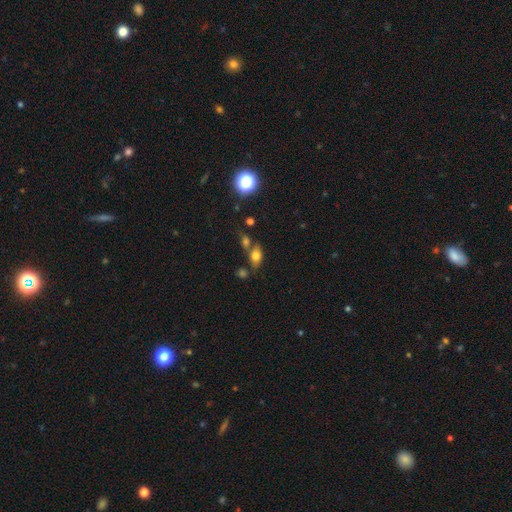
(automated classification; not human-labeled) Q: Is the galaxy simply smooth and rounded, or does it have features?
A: smooth — 72%.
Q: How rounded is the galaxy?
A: in between — 82%.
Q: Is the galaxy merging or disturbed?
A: none — 56%.